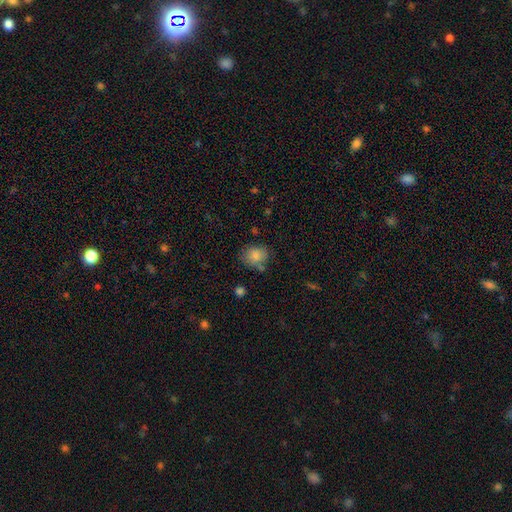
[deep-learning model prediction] This is clearly a smooth galaxy (83%). How rounded: possibly round (56%). Merging: likely none (70%).